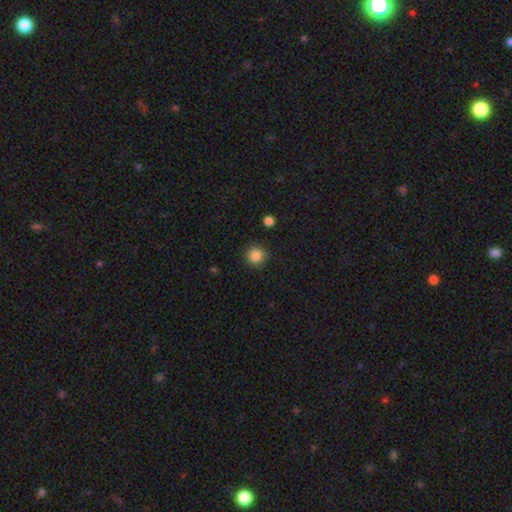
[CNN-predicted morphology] A smooth galaxy with no disk features (85%) that is round (94%).

Vote fractions:
- Smooth or featured? smooth: 85% / star or artifact: 10% / featured or disk: 5%
- How rounded? round: 94% / in between: 5% / cigar-shaped: 1%
- Merging? none: 90% / minor disturbance: 7% / major disturbance: 2% / merger: 1%